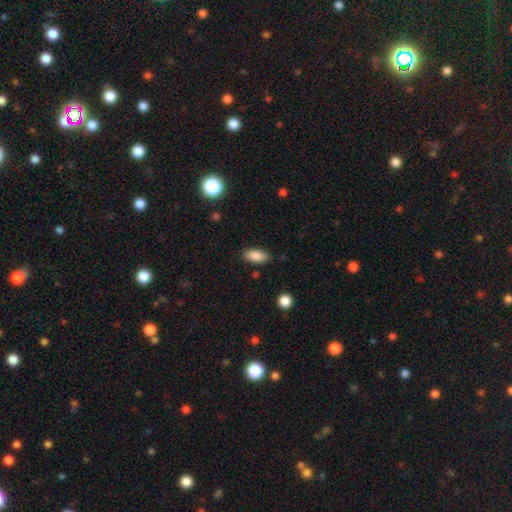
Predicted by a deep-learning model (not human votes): Morphology: type=smooth (87%); roundness=in between (90%); merging=none (85%).